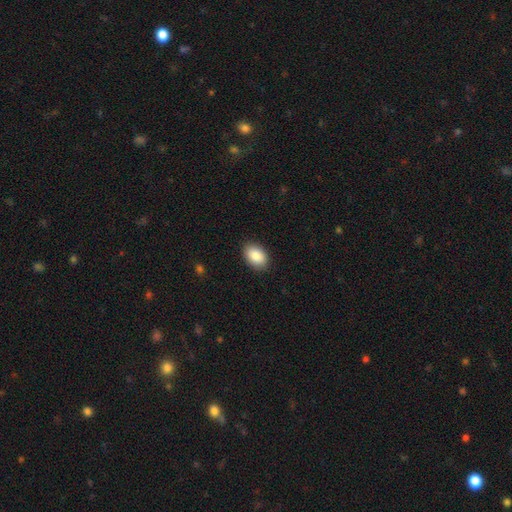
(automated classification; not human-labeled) Smooth or featured: smooth — 88% (star or artifact — 7%)
How rounded: in between — 87% (round — 12%)
Merging: none — 89% (minor disturbance — 8%)